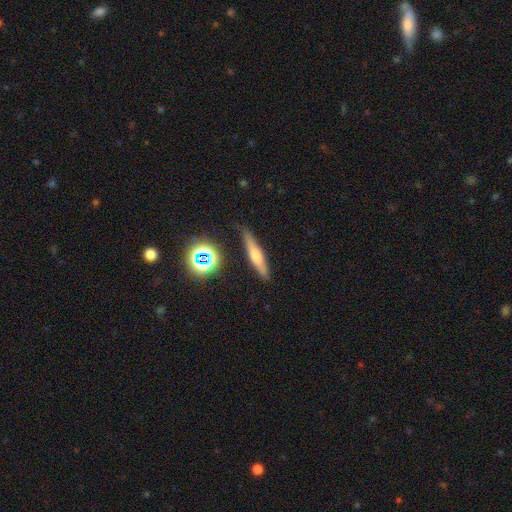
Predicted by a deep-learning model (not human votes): Q: Smooth or featured?
A: featured or disk (45%); runner-up: smooth (43%)
Q: Merging?
A: none (85%); runner-up: minor disturbance (11%)